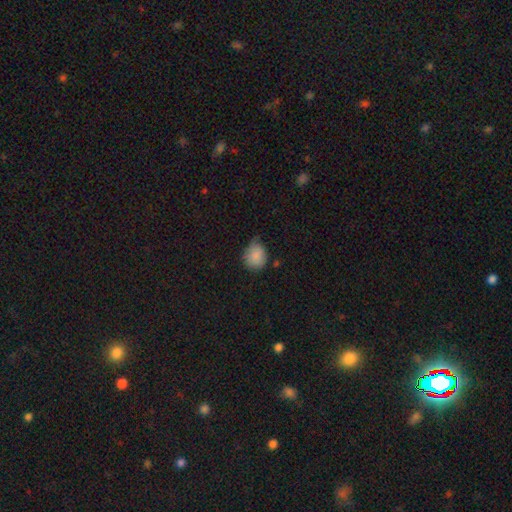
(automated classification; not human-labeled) Smooth or featured? smooth (85%)
How rounded? round (63%)
Merging? none (49%)